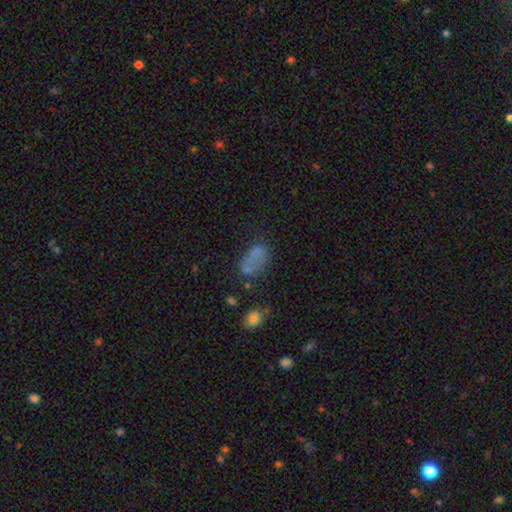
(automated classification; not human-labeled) smooth_or_featured: smooth (p=0.63) [alt: featured or disk p=0.21]
how_rounded: in between (p=0.86) [alt: round p=0.12]
merging: none (p=0.37) [alt: major disturbance p=0.22]